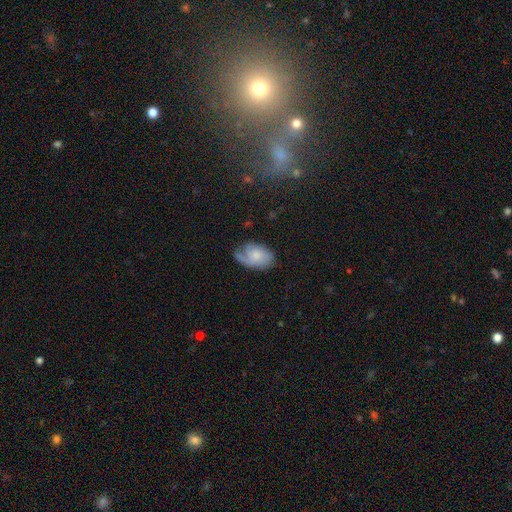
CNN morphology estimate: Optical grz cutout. It shows a smooth galaxy with no disk features (47%). Merging: none (51%).